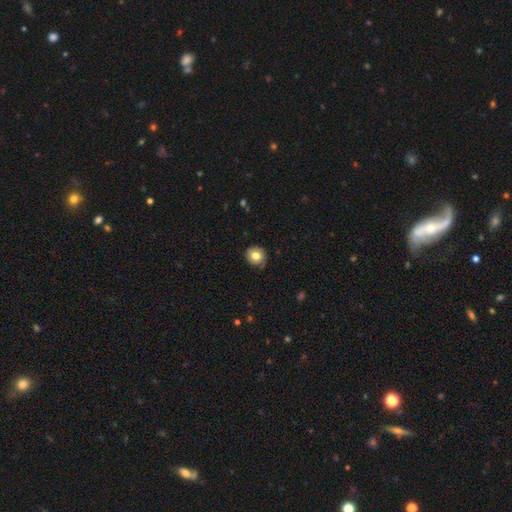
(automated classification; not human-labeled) Smooth or featured?
  - smooth: 73% *
  - featured or disk: 18%
  - star or artifact: 9%
How rounded?
  - round: 85% *
  - in between: 14%
  - cigar-shaped: 1%
Merging?
  - none: 78% *
  - minor disturbance: 17%
  - major disturbance: 4%
  - merger: 1%